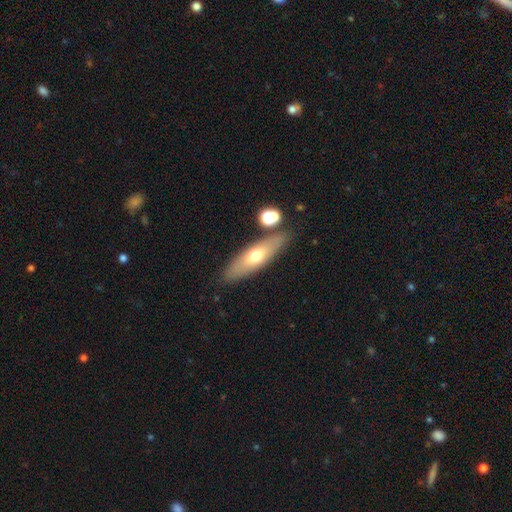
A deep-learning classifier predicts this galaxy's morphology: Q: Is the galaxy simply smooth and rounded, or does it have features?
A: smooth — 59%.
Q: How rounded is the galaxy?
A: cigar-shaped — 54%.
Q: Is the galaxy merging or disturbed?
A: none — 80%.